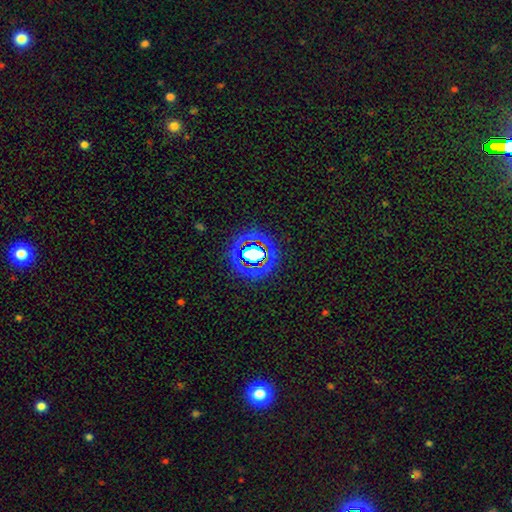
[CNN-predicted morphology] Overall: star or artifact (72%).